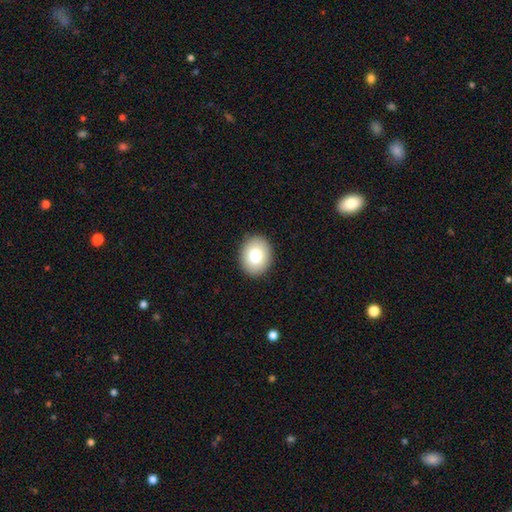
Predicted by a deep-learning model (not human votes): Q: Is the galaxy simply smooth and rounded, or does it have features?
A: smooth — 79%.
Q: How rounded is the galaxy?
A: round — 56%.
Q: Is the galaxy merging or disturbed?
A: none — 90%.